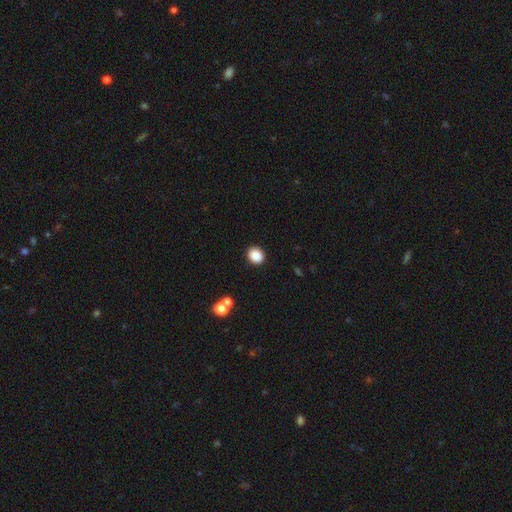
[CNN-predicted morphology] Smooth or featured? Predicted: smooth (p=0.88). How rounded? Predicted: round (p=0.65). Merging? Predicted: none (p=0.90).